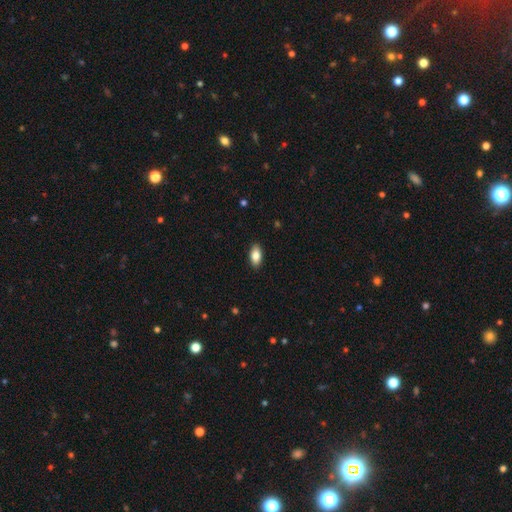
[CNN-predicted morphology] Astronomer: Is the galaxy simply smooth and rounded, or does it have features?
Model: smooth — 85%.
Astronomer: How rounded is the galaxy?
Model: in between — 92%.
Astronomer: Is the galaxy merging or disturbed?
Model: none — 90%.